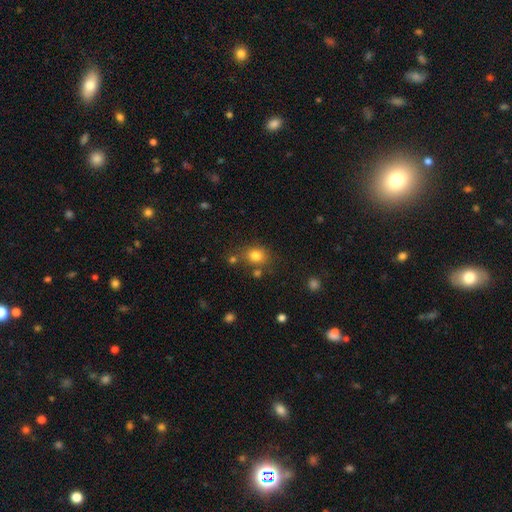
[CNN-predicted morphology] This appears to be a smooth galaxy with no disk features (80%) that is round (60%). Merging: none (68%).